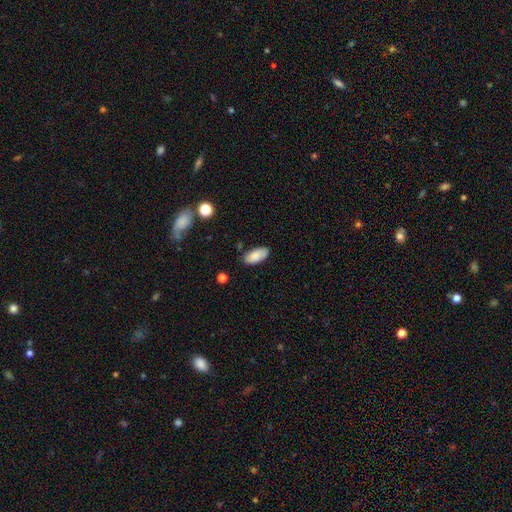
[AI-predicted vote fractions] Morphology: type=smooth (85%); roundness=in between (93%); merging=none (80%).